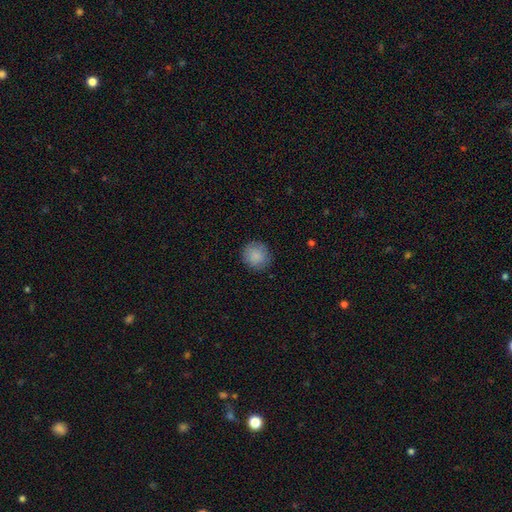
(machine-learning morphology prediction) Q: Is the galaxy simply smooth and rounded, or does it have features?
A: smooth — 87%.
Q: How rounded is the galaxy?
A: round — 91%.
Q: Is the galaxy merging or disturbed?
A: none — 87%.